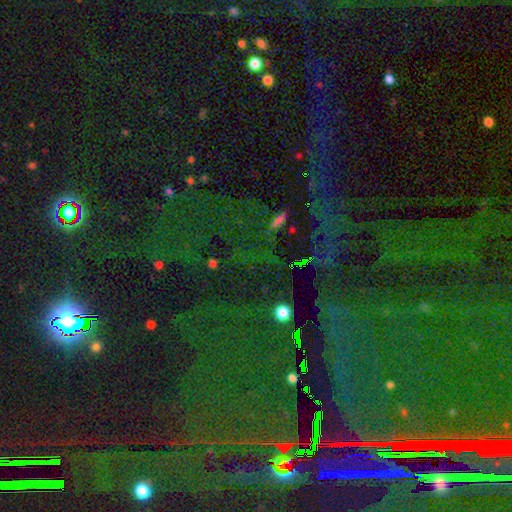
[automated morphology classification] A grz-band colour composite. It shows a star or artifact, not a galaxy (84%).